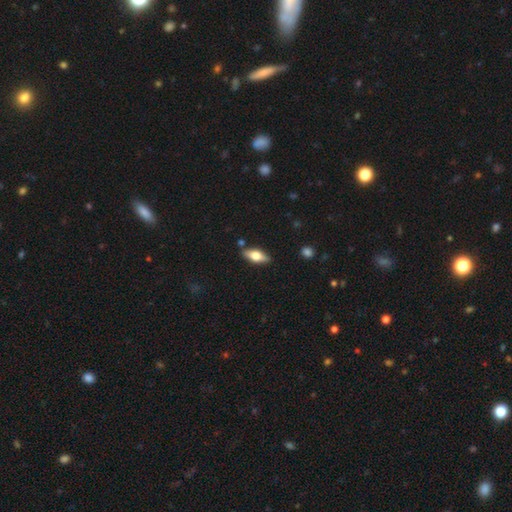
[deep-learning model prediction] Q: Smooth or featured?
A: smooth (55%); runner-up: featured or disk (39%)
Q: How rounded?
A: in between (74%); runner-up: cigar-shaped (22%)
Q: Merging?
A: none (84%); runner-up: minor disturbance (11%)